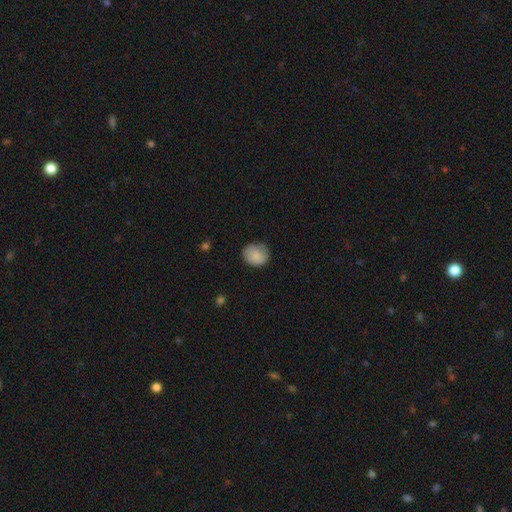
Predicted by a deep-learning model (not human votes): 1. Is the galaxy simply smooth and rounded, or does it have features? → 81% smooth, 11% featured or disk, 7% star or artifact.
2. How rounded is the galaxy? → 70% round, 29% in between, 1% cigar-shaped.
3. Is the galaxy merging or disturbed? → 72% none, 22% minor disturbance, 5% major disturbance, 1% merger.